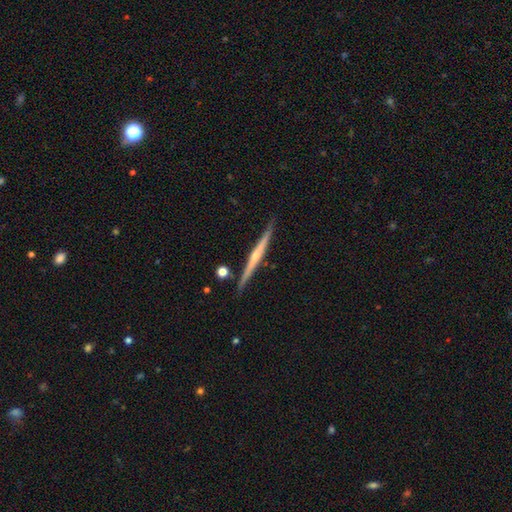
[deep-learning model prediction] This is likely a featured or disk galaxy (71%). It is clearly viewed edge-on (98%). Edge-on bulge: possibly rounded (56%). Merging: clearly none (87%).